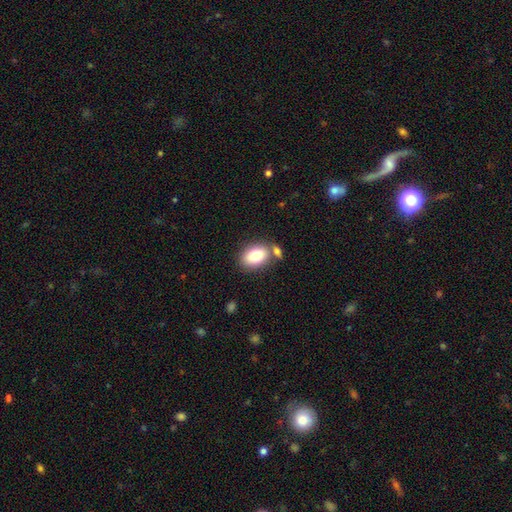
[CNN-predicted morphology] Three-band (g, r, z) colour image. It shows a smooth galaxy with no disk features (79%) that is in between round and cigar-shaped (84%). Merging: none (64%).